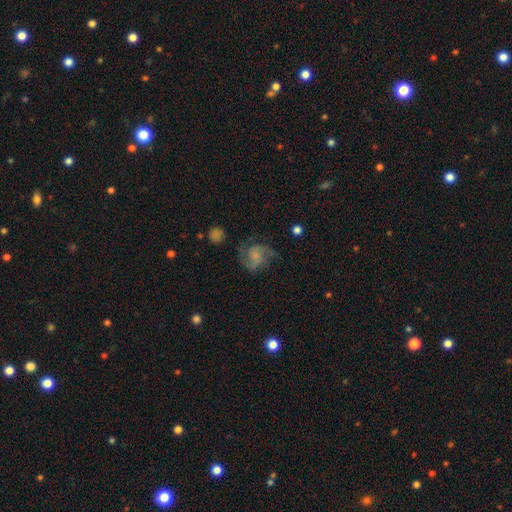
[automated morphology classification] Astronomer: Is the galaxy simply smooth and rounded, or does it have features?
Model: featured or disk — 65%.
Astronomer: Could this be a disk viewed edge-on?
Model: no — 98%.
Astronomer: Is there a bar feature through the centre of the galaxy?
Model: no — 69%.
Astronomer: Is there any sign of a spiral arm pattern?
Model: yes — 92%.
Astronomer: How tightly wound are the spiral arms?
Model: medium — 50% (runner-up: loose, 29%).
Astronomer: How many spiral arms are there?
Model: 2 — 76%.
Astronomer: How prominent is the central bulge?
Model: small — 45% (runner-up: none, 31%).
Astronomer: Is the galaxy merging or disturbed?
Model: none — 61%.